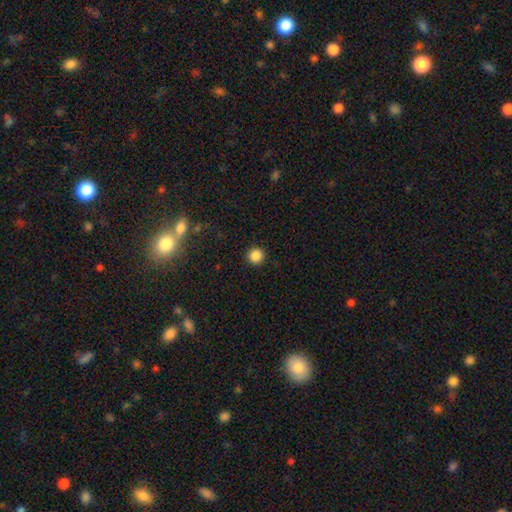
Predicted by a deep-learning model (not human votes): Smooth or featured? smooth (86%)
How rounded? round (95%)
Merging? none (93%)